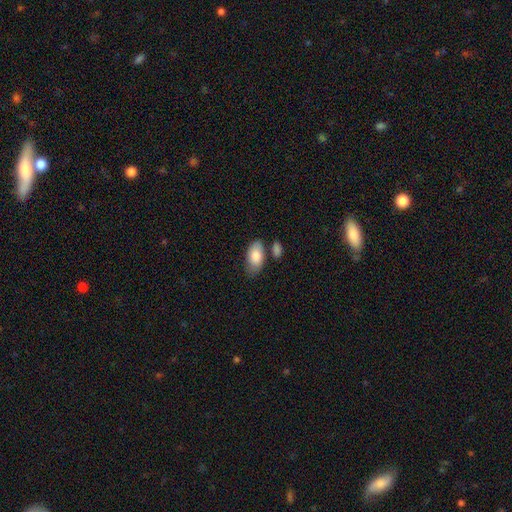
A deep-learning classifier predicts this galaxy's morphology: type=smooth (84%); roundness=in between (94%); merging=none (65%).